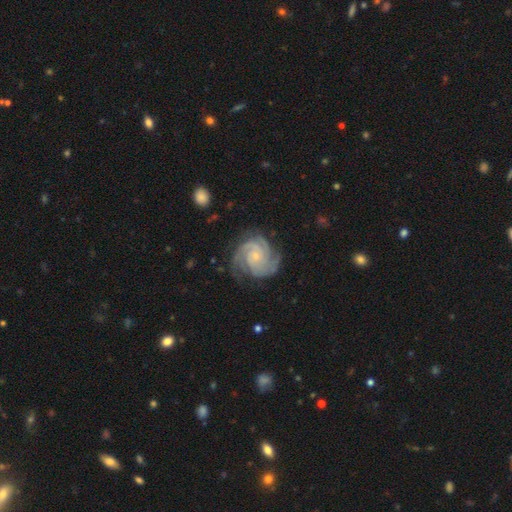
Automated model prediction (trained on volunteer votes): Smooth or featured? Predicted: featured or disk (p=0.91). Edge-on disk? Predicted: no (p=0.98). Bar? Predicted: no (p=0.75). Spiral arms? Predicted: yes (p=0.98). Spiral winding? Predicted: tight (p=0.68). Spiral arm count? Predicted: 3 (p=0.43). Bulge size? Predicted: small (p=0.79). Merging? Predicted: none (p=0.76).